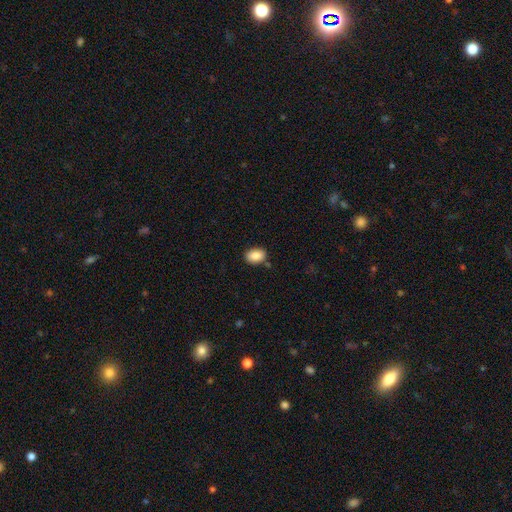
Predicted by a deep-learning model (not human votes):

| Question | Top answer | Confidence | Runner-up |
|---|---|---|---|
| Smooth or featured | smooth | 87% | star or artifact (8%) |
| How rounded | in between | 83% | round (16%) |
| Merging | none | 82% | minor disturbance (12%) |